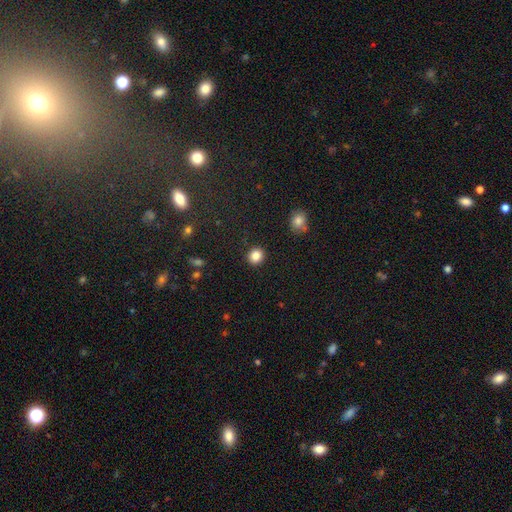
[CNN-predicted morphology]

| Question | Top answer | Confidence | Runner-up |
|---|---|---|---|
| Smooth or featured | smooth | 86% | star or artifact (10%) |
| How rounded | round | 82% | in between (17%) |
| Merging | none | 90% | minor disturbance (6%) |